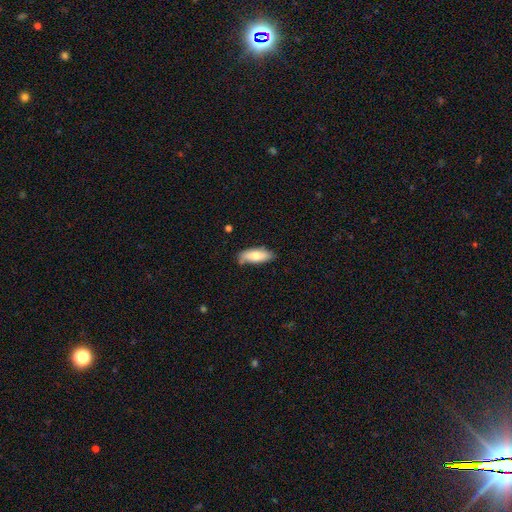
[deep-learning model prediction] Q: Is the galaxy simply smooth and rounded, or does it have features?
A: smooth — 75%.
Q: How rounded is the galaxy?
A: in between — 75%.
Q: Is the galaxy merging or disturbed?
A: none — 75%.